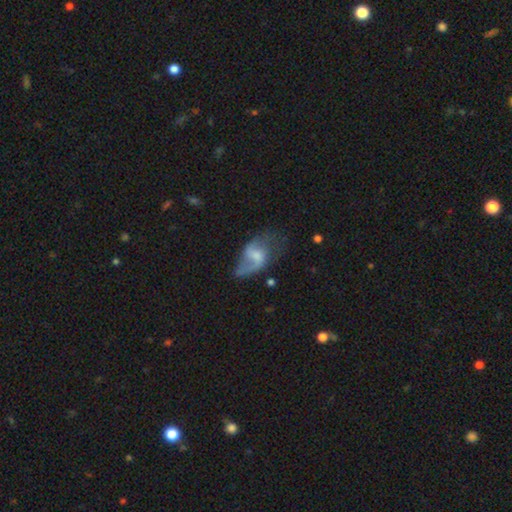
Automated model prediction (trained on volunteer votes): A featured or disk galaxy (71%) with a weak bar (51%), 2 (74%) loose (68%) spiral arms (86%) and a small central bulge (41%). Merging: none (43%).